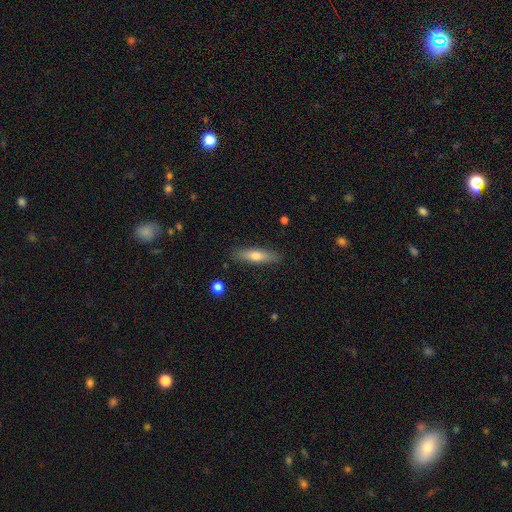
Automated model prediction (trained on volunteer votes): Q: Smooth or featured?
A: smooth (65%); runner-up: featured or disk (28%)
Q: How rounded?
A: cigar-shaped (70%); runner-up: in between (28%)
Q: Merging?
A: none (86%); runner-up: minor disturbance (10%)